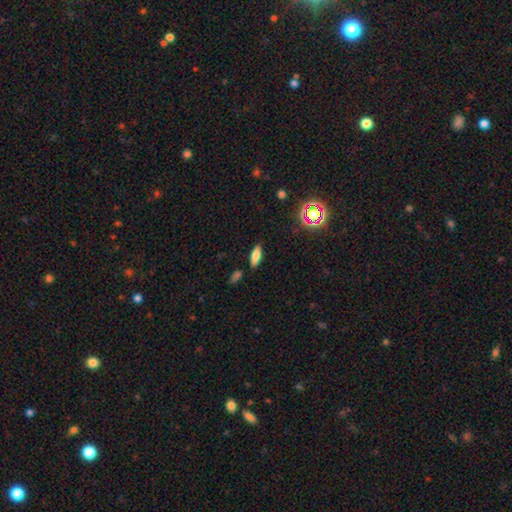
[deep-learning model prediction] smooth_or_featured: smooth (p=0.71) [alt: featured or disk p=0.18]
how_rounded: in between (p=0.63) [alt: cigar-shaped p=0.34]
merging: none (p=0.84) [alt: minor disturbance p=0.11]